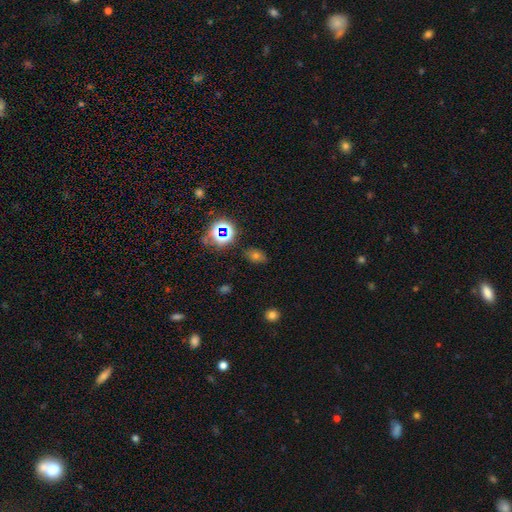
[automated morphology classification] type=smooth (51%); roundness=in between (68%); merging=none (82%).